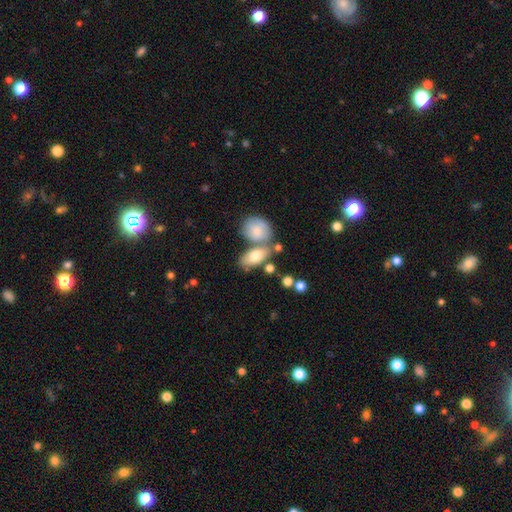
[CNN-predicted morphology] Smooth or featured: smooth — 75% (featured or disk — 18%)
How rounded: in between — 87% (round — 7%)
Merging: none — 49% (merger — 35%)